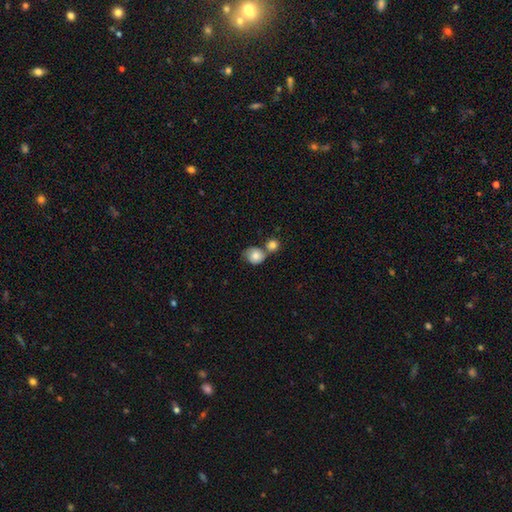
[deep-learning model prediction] A smooth galaxy with no disk features (79%) that is round (74%).

Vote fractions:
- Smooth or featured? smooth: 79% / featured or disk: 13% / star or artifact: 7%
- How rounded? round: 74% / in between: 25% / cigar-shaped: 1%
- Merging? merger: 42% / none: 37% / minor disturbance: 15% / major disturbance: 6%